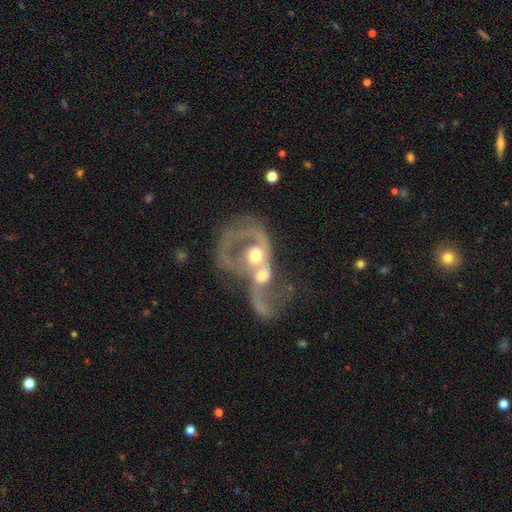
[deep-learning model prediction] A featured or disk galaxy (71%) with no bar (75%), spiral arms (55%) and a moderate central bulge (68%).

Vote fractions:
- Smooth or featured? featured or disk: 71% / smooth: 21% / star or artifact: 8%
- Edge-on disk? no: 96% / yes: 4%
- Bar? no: 75% / weak: 19% / strong: 6%
- Spiral arms? yes: 55% / no: 45%
- Bulge size? moderate: 68% / small: 14% / large: 12% / none: 4% / dominant: 2%
- Merging? merger: 79% / major disturbance: 11% / none: 7% / minor disturbance: 4%